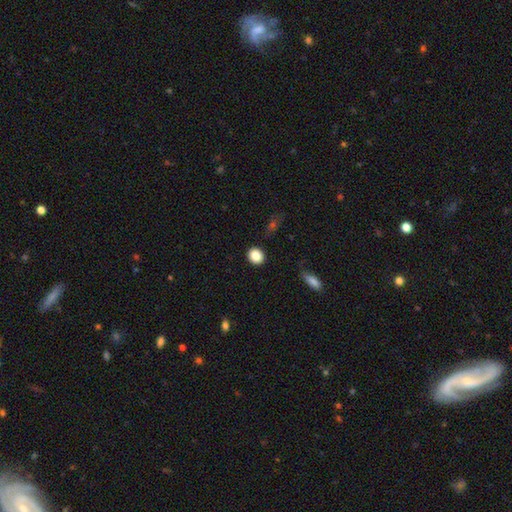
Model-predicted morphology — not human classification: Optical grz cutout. It shows a smooth galaxy with no disk features (87%) that is round (78%). Merging: none (90%).